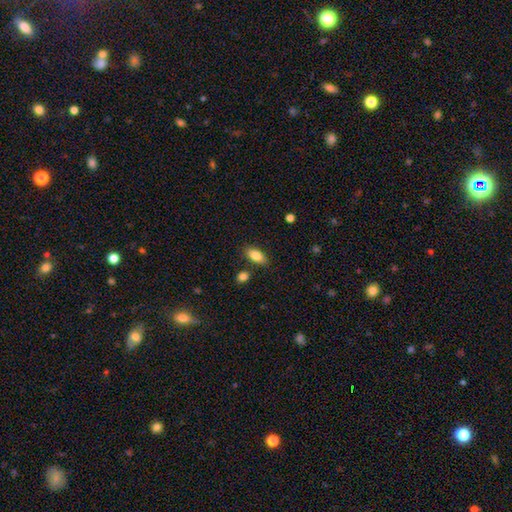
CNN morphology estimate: Smooth or featured?
  - smooth: 84% *
  - featured or disk: 9%
  - star or artifact: 7%
How rounded?
  - in between: 85% *
  - cigar-shaped: 12%
  - round: 3%
Merging?
  - none: 83% *
  - minor disturbance: 11%
  - merger: 4%
  - major disturbance: 3%